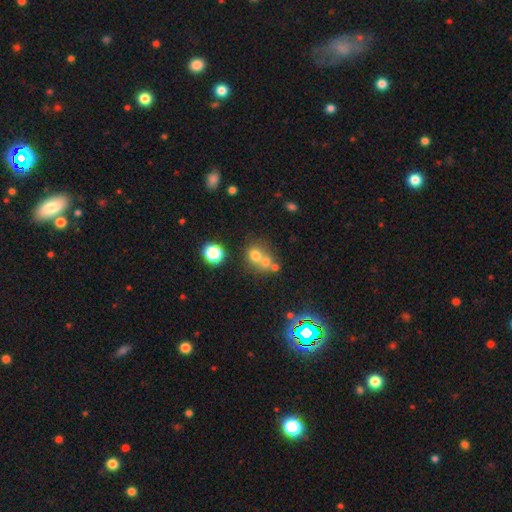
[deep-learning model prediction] Overall: smooth (65%). How rounded: round (77%). Merging: merger (51%; none 38%).